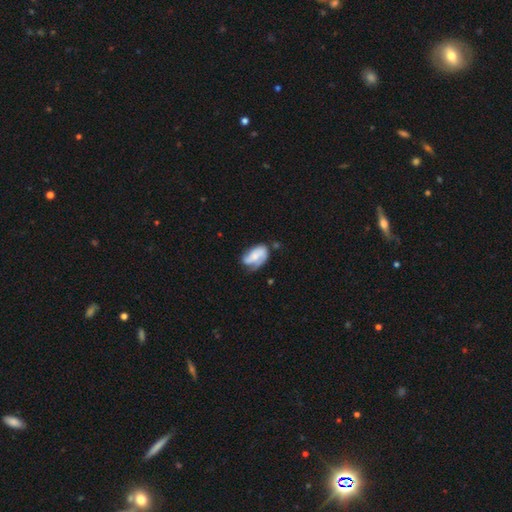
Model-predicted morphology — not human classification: type=featured or disk (53%); edge-on=no (96%); bar=no (65%); spiral arms=yes (81%); bulge=small (44%); merging=none (42%).